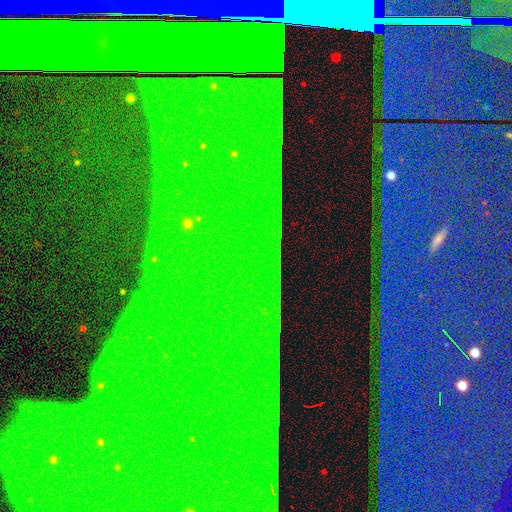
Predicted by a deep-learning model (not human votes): smooth_or_featured: star or artifact (p=0.86) [alt: featured or disk p=0.08]